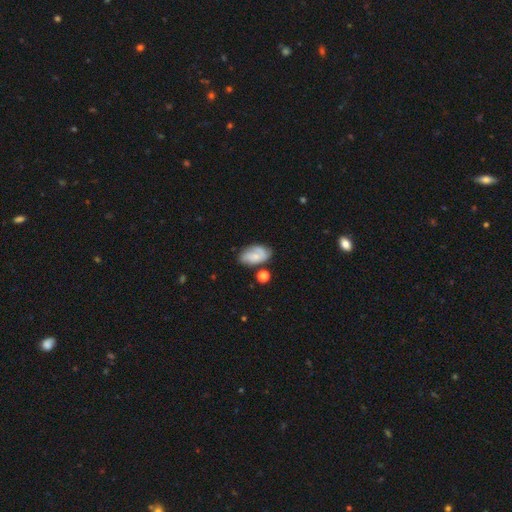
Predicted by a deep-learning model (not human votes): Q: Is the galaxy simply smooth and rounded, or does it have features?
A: smooth — 48%.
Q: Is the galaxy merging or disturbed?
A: none — 61%.